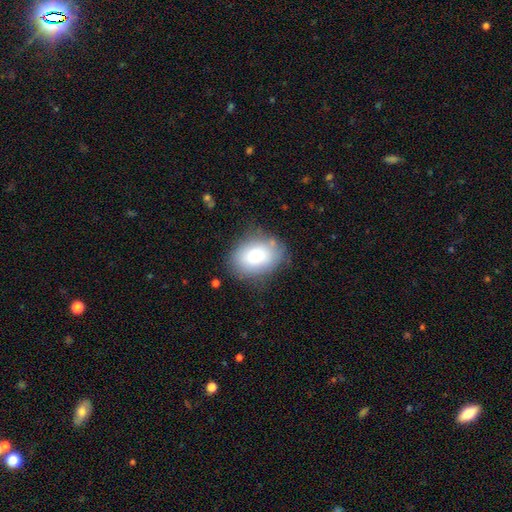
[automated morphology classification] smooth_or_featured: smooth (p=0.82) [alt: featured or disk p=0.11]
how_rounded: in between (p=0.81) [alt: round p=0.18]
merging: none (p=0.75) [alt: minor disturbance p=0.17]